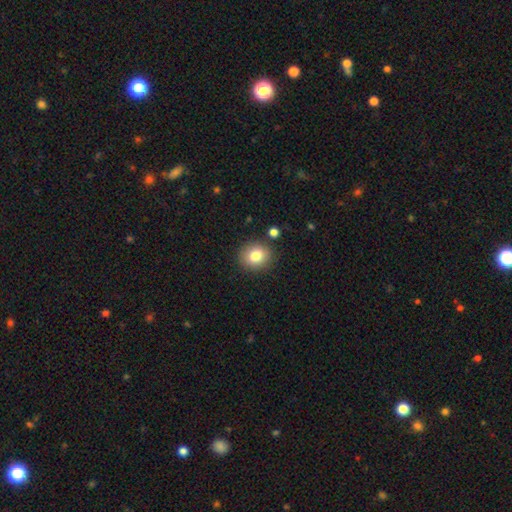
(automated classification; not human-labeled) This appears to be a smooth galaxy with no disk features (81%) that is round (71%). Merging: none (86%).